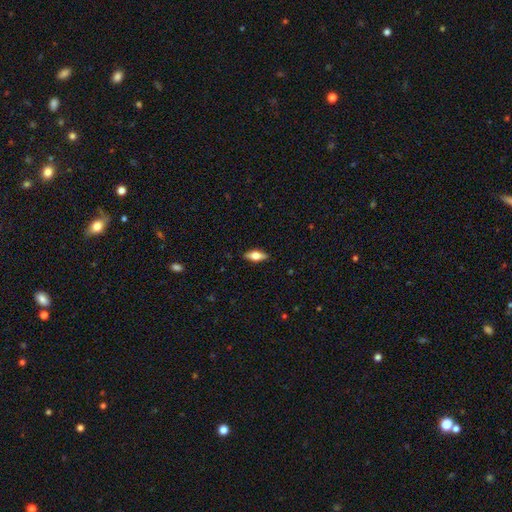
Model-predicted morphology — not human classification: Smooth or featured: smooth — 58% (featured or disk — 36%)
How rounded: in between — 73% (cigar-shaped — 24%)
Merging: none — 88% (minor disturbance — 9%)